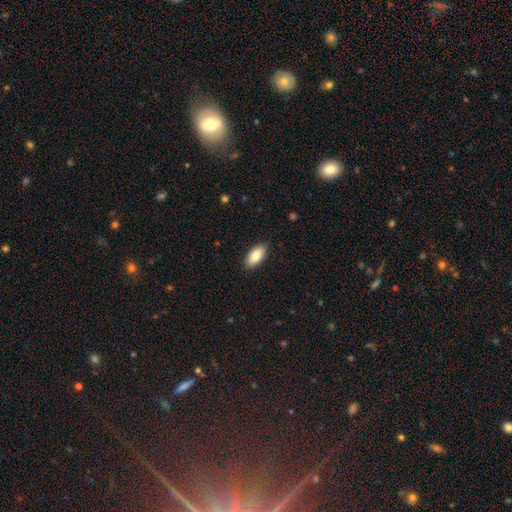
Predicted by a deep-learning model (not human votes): The model was most divided on "smooth or featured": smooth: 82%, featured or disk: 11%, star or artifact: 6%. More confident: how rounded — in between (90%); merging — none (88%).